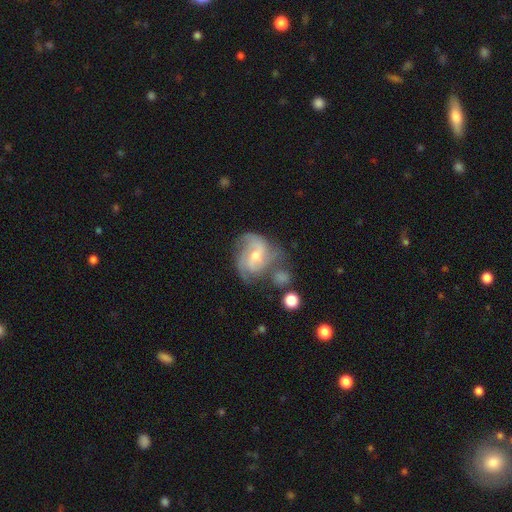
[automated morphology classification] A featured or disk galaxy (80%) with a weak bar (48%), 3 (40%) medium (48%) spiral arms (94%) and a small central bulge (49%). Merging: none (48%).